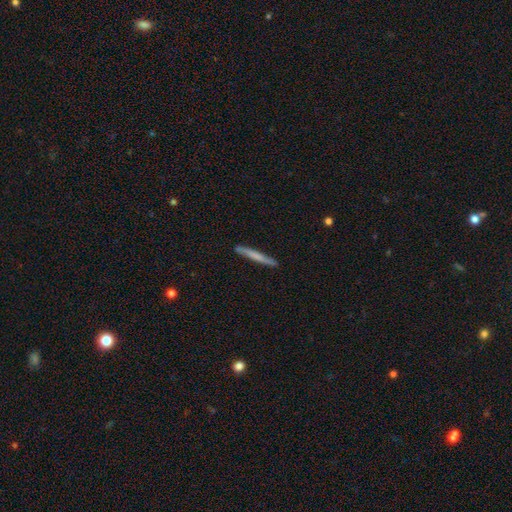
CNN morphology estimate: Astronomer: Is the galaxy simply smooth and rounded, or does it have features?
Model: smooth — 60%.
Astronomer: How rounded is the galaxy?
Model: cigar-shaped — 97%.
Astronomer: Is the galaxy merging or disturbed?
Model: none — 90%.